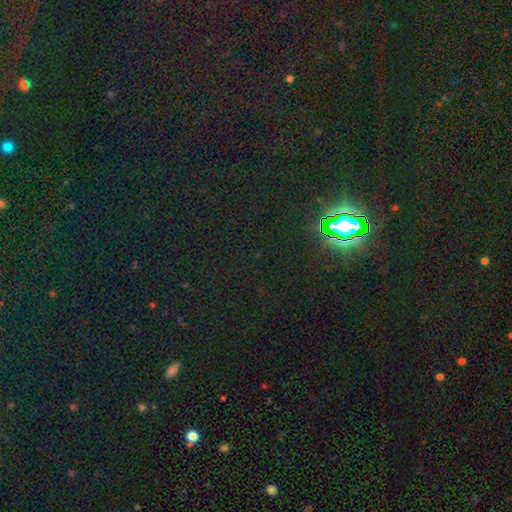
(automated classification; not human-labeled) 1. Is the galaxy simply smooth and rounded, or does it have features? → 83% star or artifact, 10% smooth, 7% featured or disk.